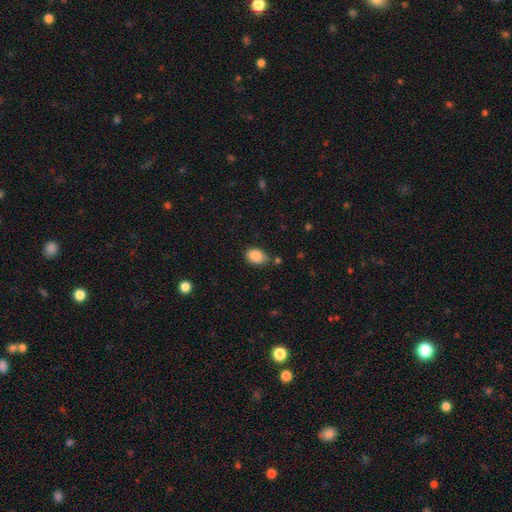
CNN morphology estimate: The model was most divided on "merging": none: 66%, minor disturbance: 24%, merger: 6%, major disturbance: 4%. More confident: smooth or featured — smooth (87%); how rounded — in between (76%).